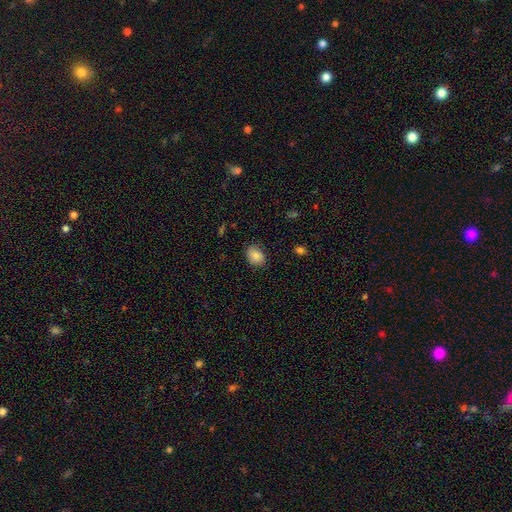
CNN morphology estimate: Smooth or featured? smooth (85%)
How rounded? in between (61%)
Merging? none (81%)